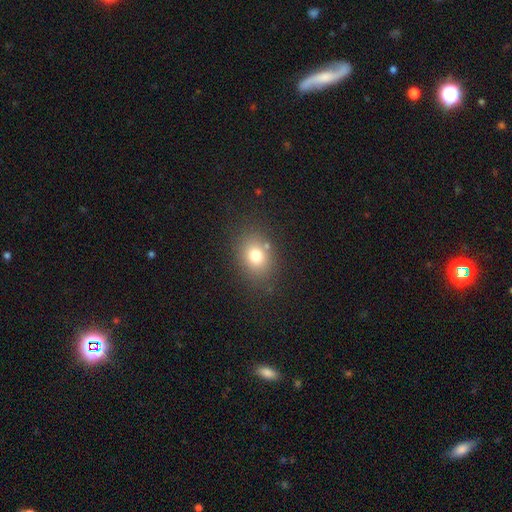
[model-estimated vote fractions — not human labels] Smooth or featured: smooth — 76% (star or artifact — 14%)
How rounded: in between — 52% (round — 47%)
Merging: none — 80% (minor disturbance — 11%)